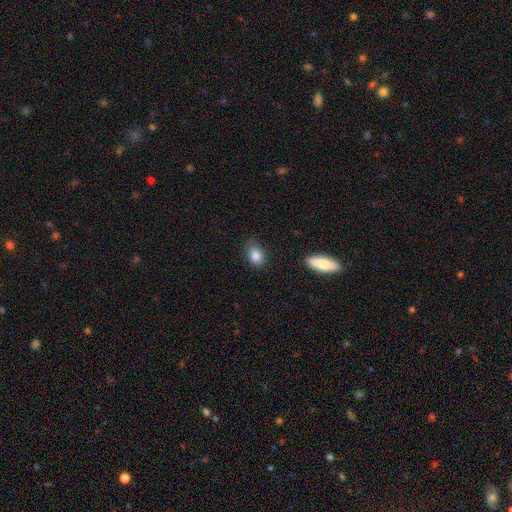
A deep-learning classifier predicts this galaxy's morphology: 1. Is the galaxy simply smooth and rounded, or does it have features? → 85% smooth, 8% star or artifact, 7% featured or disk.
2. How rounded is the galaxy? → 79% in between, 20% round, 2% cigar-shaped.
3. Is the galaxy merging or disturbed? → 78% none, 17% minor disturbance, 3% major disturbance, 2% merger.